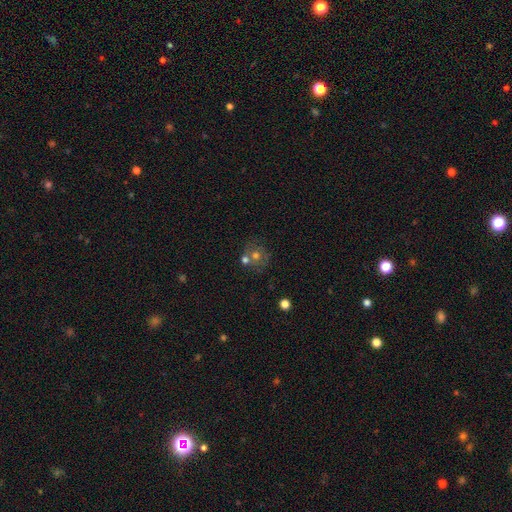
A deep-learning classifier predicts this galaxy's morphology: The model was most divided on "smooth or featured": smooth: 54%, featured or disk: 30%, star or artifact: 16%. More confident: how rounded — round (83%); merging — none (54%).